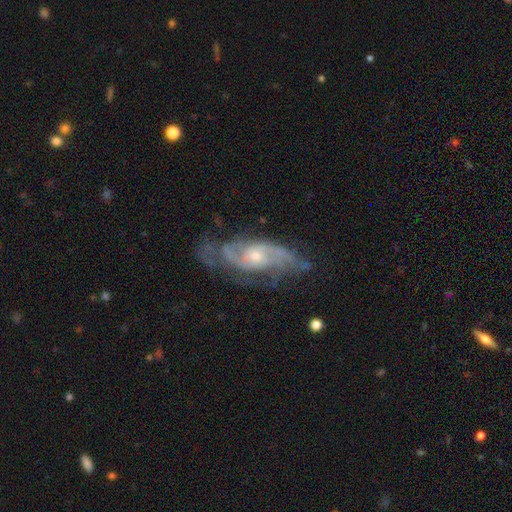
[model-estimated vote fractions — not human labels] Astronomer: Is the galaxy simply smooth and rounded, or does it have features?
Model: featured or disk — 86%.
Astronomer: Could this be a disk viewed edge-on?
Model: no — 91%.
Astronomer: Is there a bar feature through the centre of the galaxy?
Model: no — 62%.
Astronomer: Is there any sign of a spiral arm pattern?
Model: yes — 96%.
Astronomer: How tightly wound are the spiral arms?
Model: medium — 44% (runner-up: tight, 43%).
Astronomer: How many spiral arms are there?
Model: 2 — 54%.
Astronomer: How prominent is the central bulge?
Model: moderate — 48% (runner-up: small, 46%).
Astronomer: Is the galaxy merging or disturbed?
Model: none — 72%.